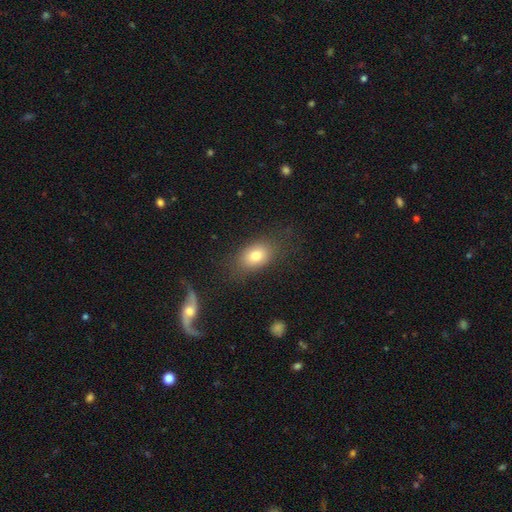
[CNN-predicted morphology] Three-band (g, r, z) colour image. It shows a smooth galaxy with no disk features (77%) that is in between round and cigar-shaped (80%). Merging: none (76%).